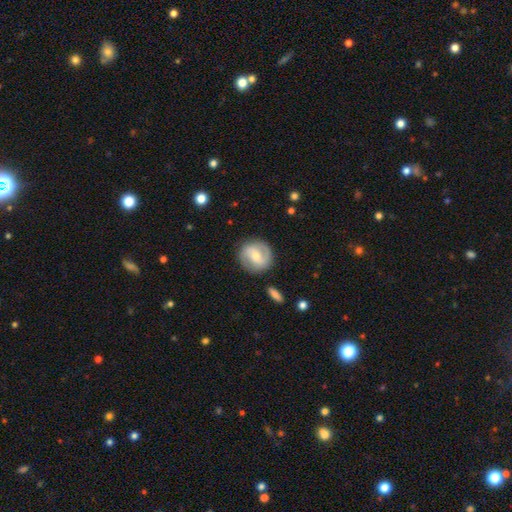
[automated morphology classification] Smooth or featured? Predicted: featured or disk (p=0.58). Edge-on disk? Predicted: no (p=0.96). Bar? Predicted: weak (p=0.43). Spiral arms? Predicted: yes (p=0.73). Bulge size? Predicted: moderate (p=0.56). Merging? Predicted: none (p=0.85).